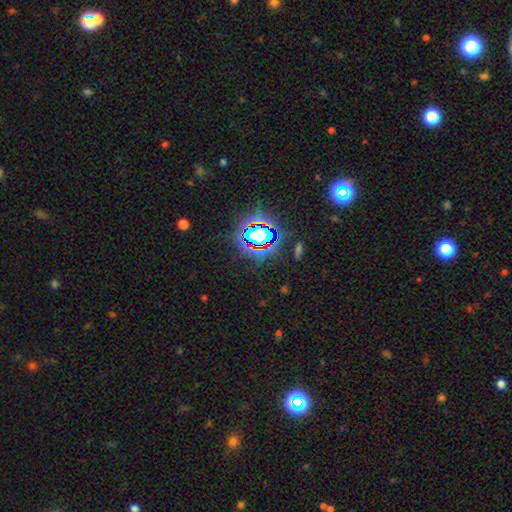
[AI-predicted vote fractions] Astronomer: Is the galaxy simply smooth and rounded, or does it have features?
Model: star or artifact — 81%.